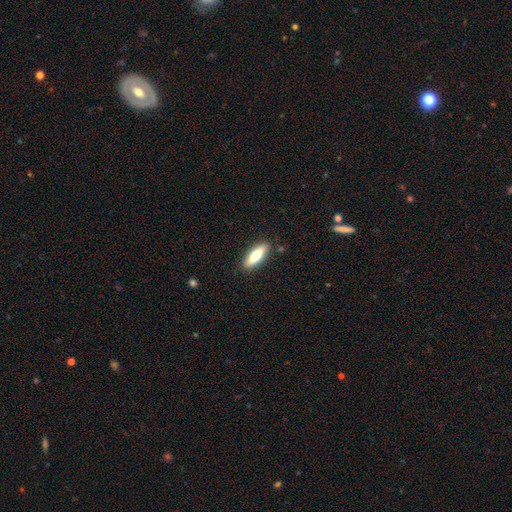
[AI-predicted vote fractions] A smooth galaxy with no disk features (67%) that is in between round and cigar-shaped (50%).

Vote fractions:
- Smooth or featured? smooth: 67% / featured or disk: 27% / star or artifact: 6%
- How rounded? in between: 50% / cigar-shaped: 48% / round: 2%
- Merging? none: 87% / minor disturbance: 9% / major disturbance: 2% / merger: 1%